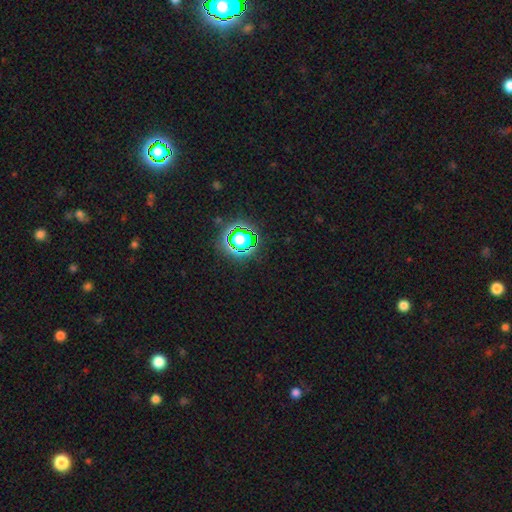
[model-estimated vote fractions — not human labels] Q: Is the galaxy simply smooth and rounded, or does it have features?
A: star or artifact — 79%.